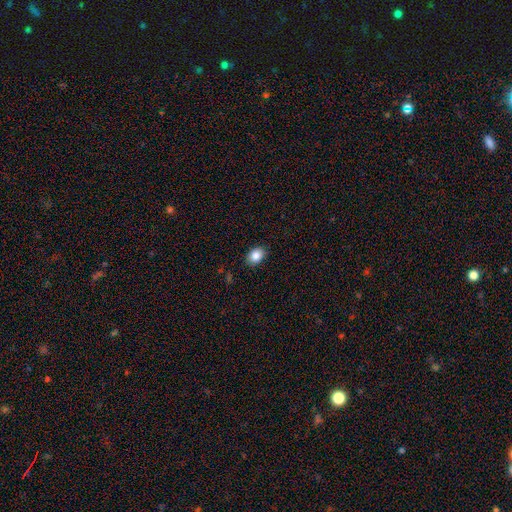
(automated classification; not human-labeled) This appears to be a smooth galaxy with no disk features (86%) that is in between round and cigar-shaped (74%). Merging: none (88%).